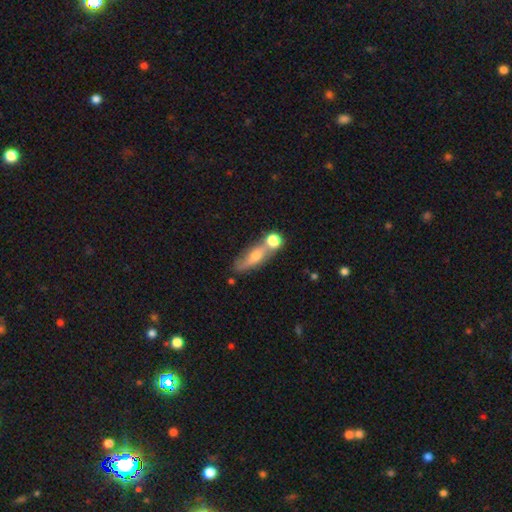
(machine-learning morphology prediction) Smooth or featured? Predicted: smooth (p=0.45). Merging? Predicted: none (p=0.54).